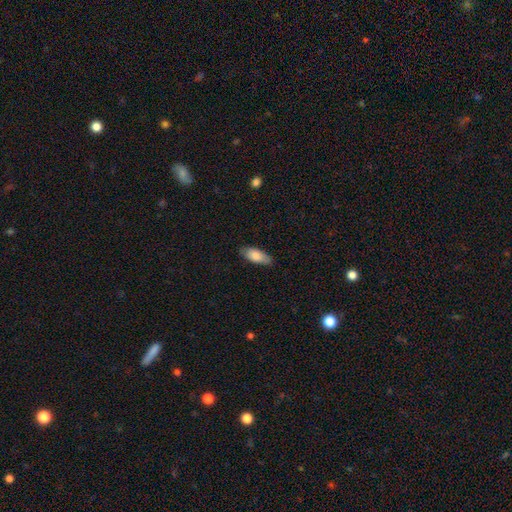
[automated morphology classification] A smooth galaxy with no disk features (82%) that is in between round and cigar-shaped (79%).

Vote fractions:
- Smooth or featured? smooth: 82% / featured or disk: 13% / star or artifact: 6%
- How rounded? in between: 79% / cigar-shaped: 19% / round: 2%
- Merging? none: 82% / minor disturbance: 15% / major disturbance: 3% / merger: 1%